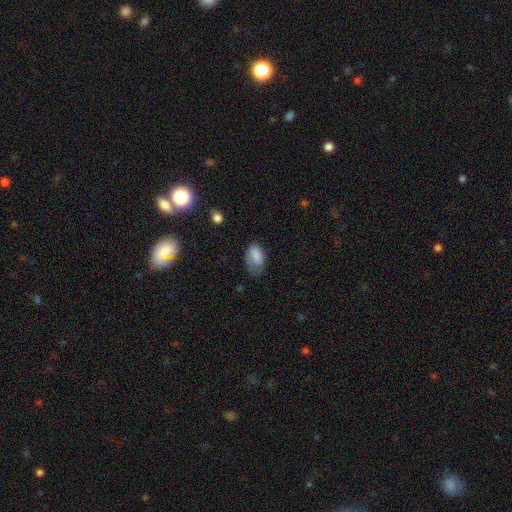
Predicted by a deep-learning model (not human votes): This appears to be a smooth galaxy with no disk features (80%) that is in between round and cigar-shaped (90%). Merging: none (42%).